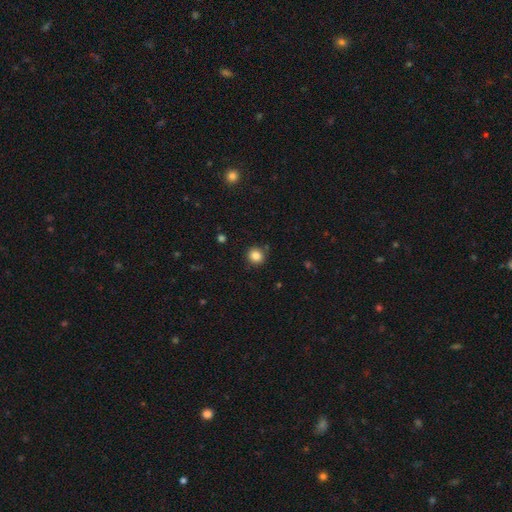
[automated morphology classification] This is clearly a smooth galaxy (84%). How rounded: clearly round (90%). Merging: clearly none (87%).